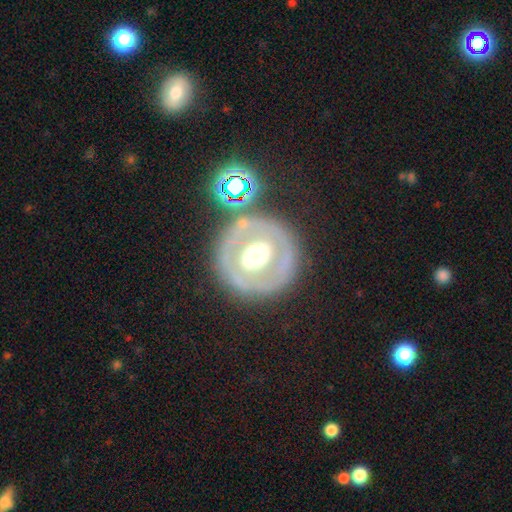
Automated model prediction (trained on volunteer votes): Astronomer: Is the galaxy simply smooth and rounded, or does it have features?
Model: featured or disk — 63%.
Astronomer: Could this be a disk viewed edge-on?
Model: no — 94%.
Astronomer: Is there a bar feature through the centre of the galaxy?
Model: no — 50% (runner-up: weak, 27%).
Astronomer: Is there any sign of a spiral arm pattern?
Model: no — 77%.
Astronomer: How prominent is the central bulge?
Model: moderate — 56% (runner-up: large, 34%).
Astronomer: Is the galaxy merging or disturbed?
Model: none — 71%.